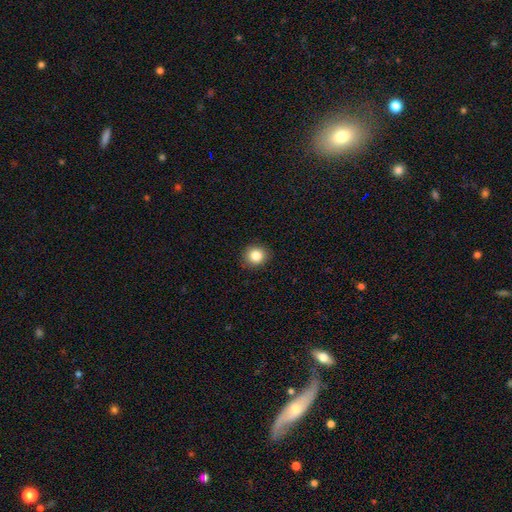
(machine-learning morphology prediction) Smooth or featured? smooth (85%)
How rounded? round (85%)
Merging? none (90%)